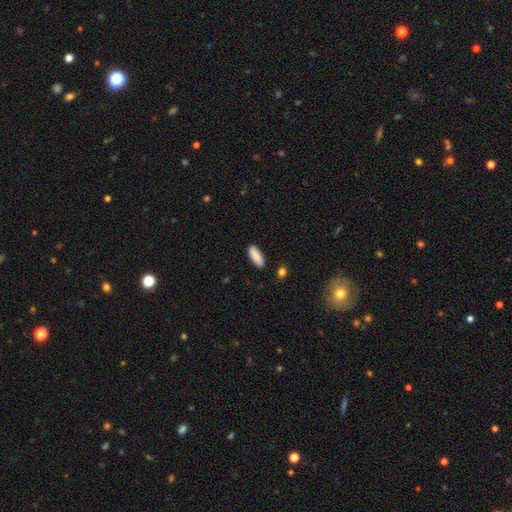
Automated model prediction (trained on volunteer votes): This is clearly a smooth galaxy (88%). How rounded: likely in between (66%). Merging: clearly none (86%).